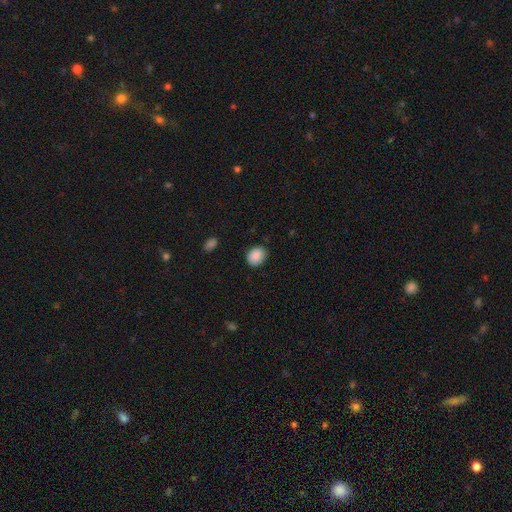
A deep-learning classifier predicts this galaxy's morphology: Overall: smooth (88%). How rounded: round (54%; in between 46%). Merging: none (83%).